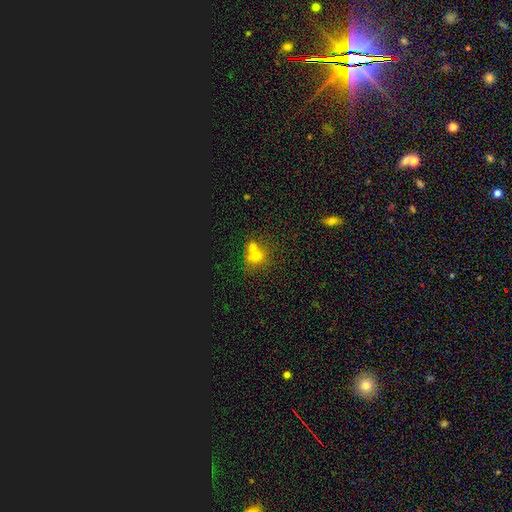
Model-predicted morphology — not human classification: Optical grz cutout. It shows a smooth galaxy with no disk features (65%) that is round (73%). Merging: merger (57%).